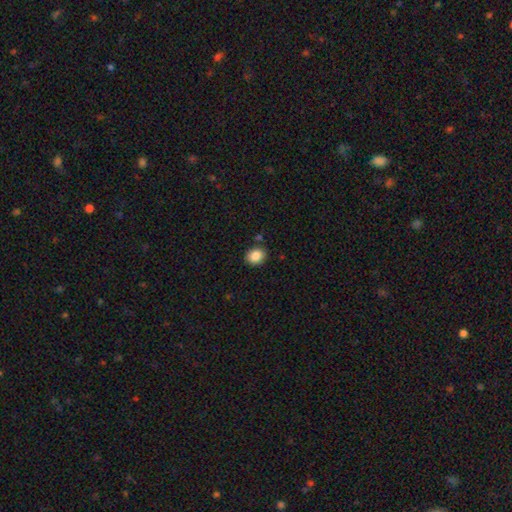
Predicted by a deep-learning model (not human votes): Smooth or featured?
  - smooth: 86% *
  - star or artifact: 9%
  - featured or disk: 5%
How rounded?
  - round: 57% *
  - in between: 42%
  - cigar-shaped: 1%
Merging?
  - none: 86% *
  - minor disturbance: 8%
  - merger: 3%
  - major disturbance: 2%